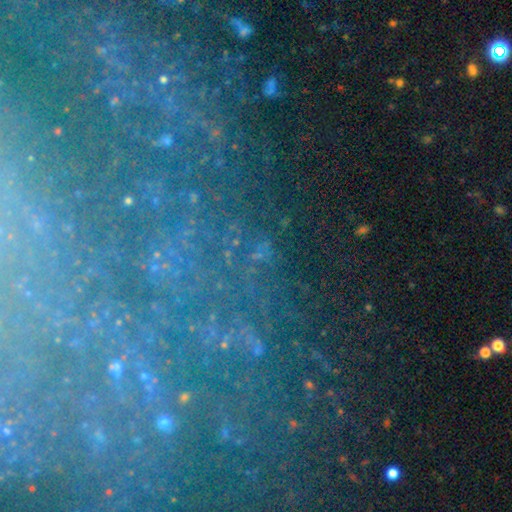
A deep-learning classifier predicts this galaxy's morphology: Smooth or featured? Predicted: star or artifact (p=0.56).